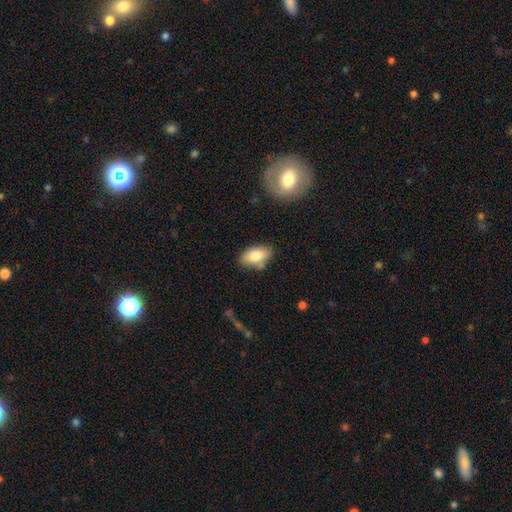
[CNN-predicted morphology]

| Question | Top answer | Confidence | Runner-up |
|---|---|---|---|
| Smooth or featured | smooth | 79% | featured or disk (14%) |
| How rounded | in between | 92% | round (5%) |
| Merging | none | 73% | minor disturbance (17%) |